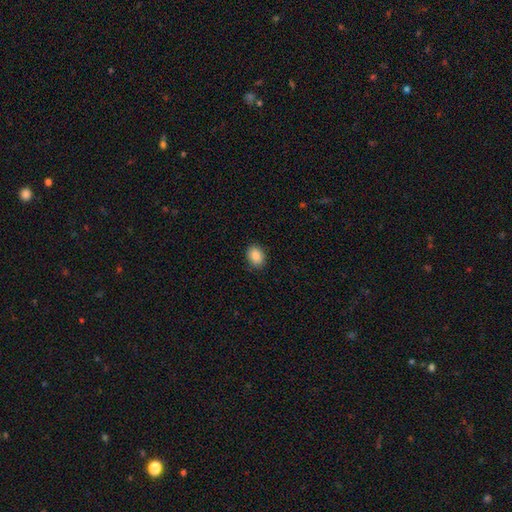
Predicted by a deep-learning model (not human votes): This appears to be a smooth galaxy with no disk features (88%) that is in between round and cigar-shaped (66%). Merging: none (87%).